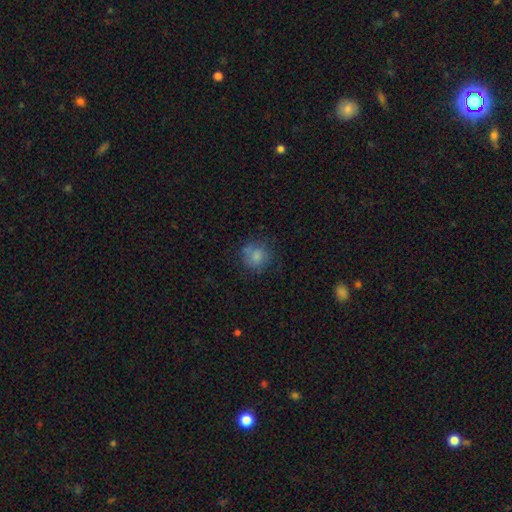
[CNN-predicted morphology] A smooth galaxy with no disk features (76%) that is round (86%).

Vote fractions:
- Smooth or featured? smooth: 76% / featured or disk: 14% / star or artifact: 11%
- How rounded? round: 86% / in between: 13% / cigar-shaped: 1%
- Merging? none: 67% / minor disturbance: 20% / major disturbance: 9% / merger: 4%